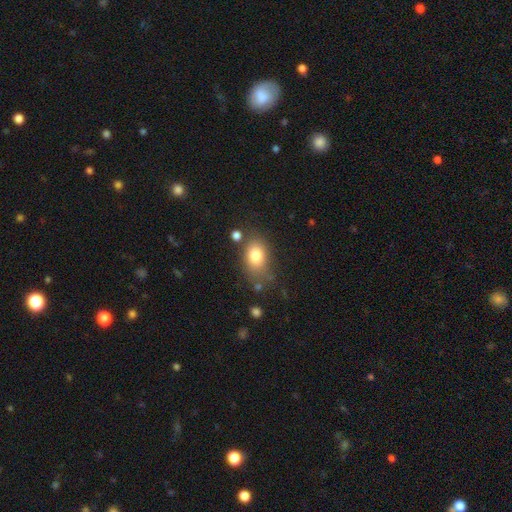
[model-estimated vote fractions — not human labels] smooth-or-featured: smooth: 79% | featured or disk: 11% | star or artifact: 10%
  how-rounded: in between: 77% | round: 21% | cigar-shaped: 2%
  merging: none: 64% | minor disturbance: 20% | major disturbance: 8% | merger: 8%